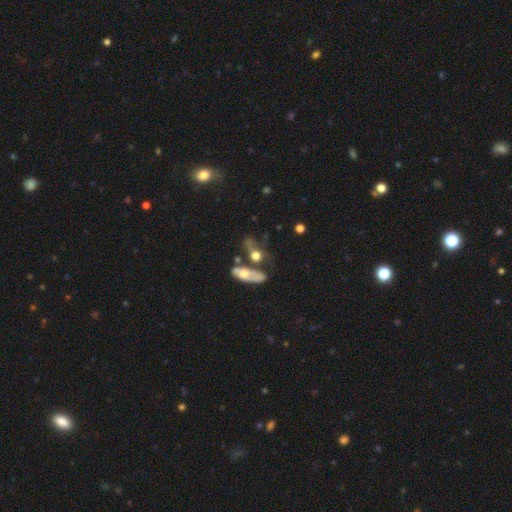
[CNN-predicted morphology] Overall: smooth (48%; featured or disk 40%). Merging: merger (35%; none 33%).